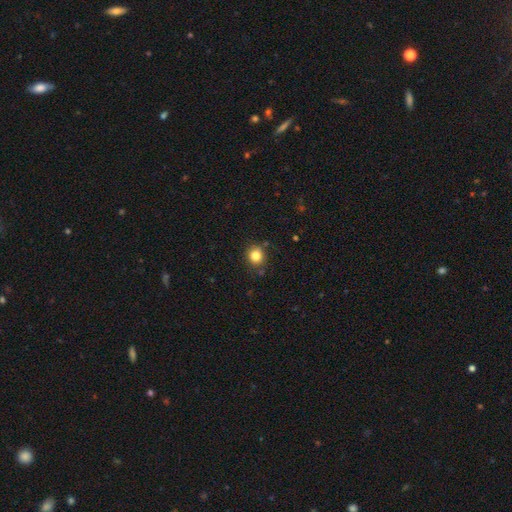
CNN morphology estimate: The model was most divided on "how rounded": round: 81%, in between: 18%, cigar-shaped: 1%. More confident: merging — none (83%); smooth or featured — smooth (83%).